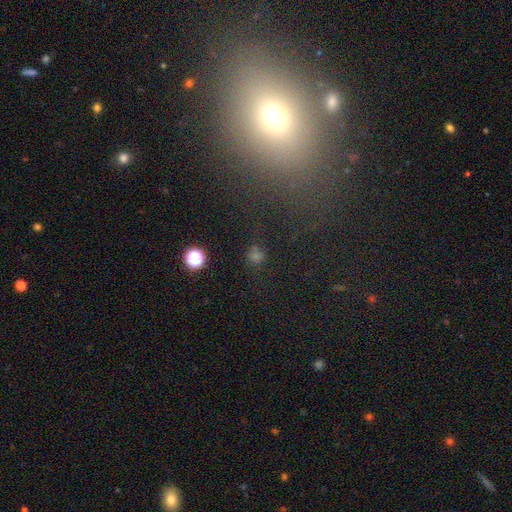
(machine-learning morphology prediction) Smooth or featured: smooth — 52% (star or artifact — 39%)
How rounded: round — 87% (in between — 12%)
Merging: none — 73% (minor disturbance — 11%)